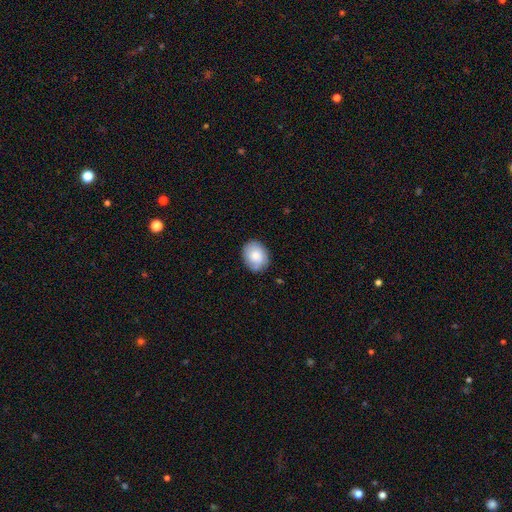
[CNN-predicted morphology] smooth_or_featured: smooth (p=0.73) [alt: featured or disk p=0.20]
how_rounded: in between (p=0.56) [alt: round p=0.43]
merging: none (p=0.79) [alt: minor disturbance p=0.16]